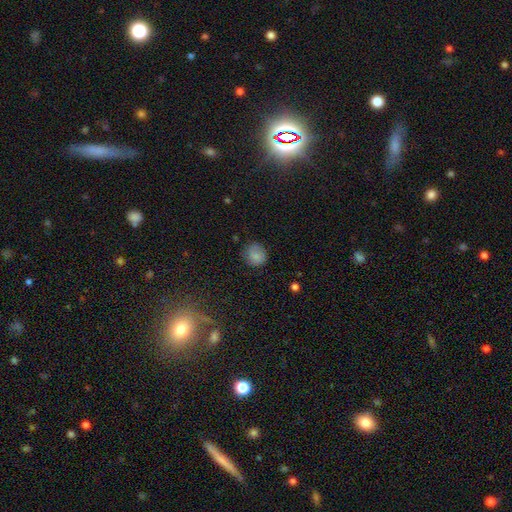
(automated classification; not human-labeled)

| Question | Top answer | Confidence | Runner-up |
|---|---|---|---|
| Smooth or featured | smooth | 79% | star or artifact (11%) |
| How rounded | round | 86% | in between (13%) |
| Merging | none | 74% | minor disturbance (20%) |